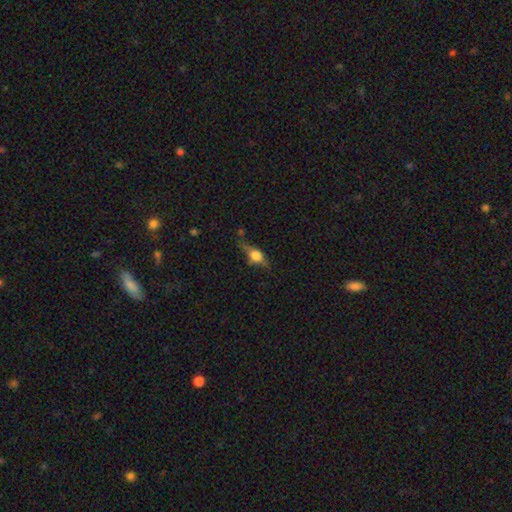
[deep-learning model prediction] Overall: featured or disk (49%; smooth 41%). Merging: none (63%; minor disturbance 23%).